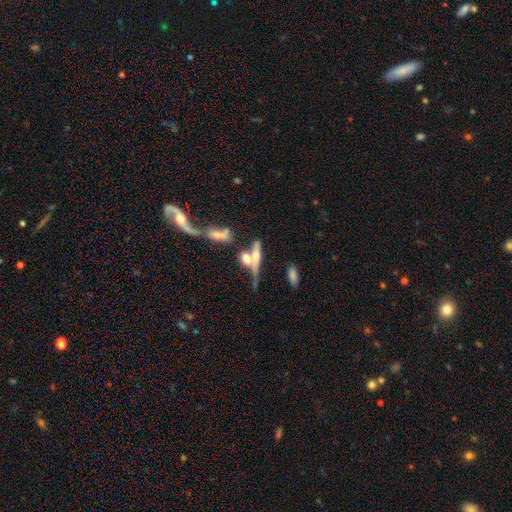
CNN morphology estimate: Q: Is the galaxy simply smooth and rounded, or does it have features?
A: smooth — 46%.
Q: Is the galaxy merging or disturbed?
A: merger — 45%.